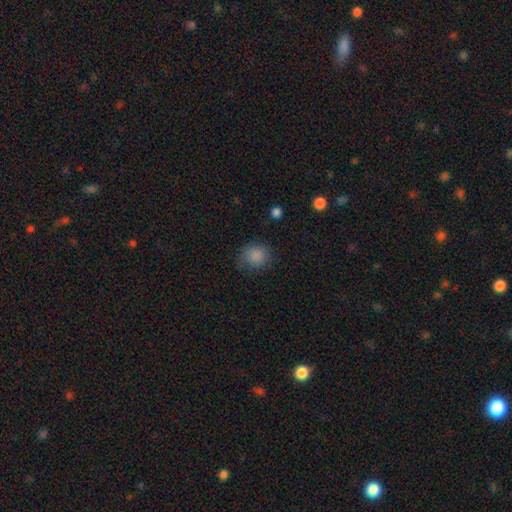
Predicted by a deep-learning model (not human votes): The model was most divided on "how rounded": round: 73%, in between: 26%, cigar-shaped: 1%. More confident: smooth or featured — smooth (85%); merging — none (78%).